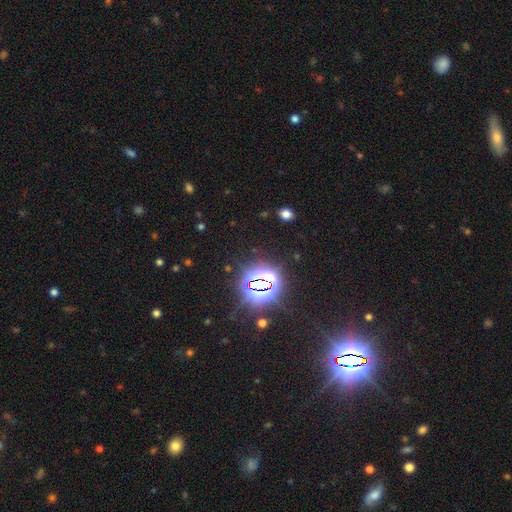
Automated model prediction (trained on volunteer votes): smooth-or-featured: star or artifact: 84% | smooth: 10% | featured or disk: 6%